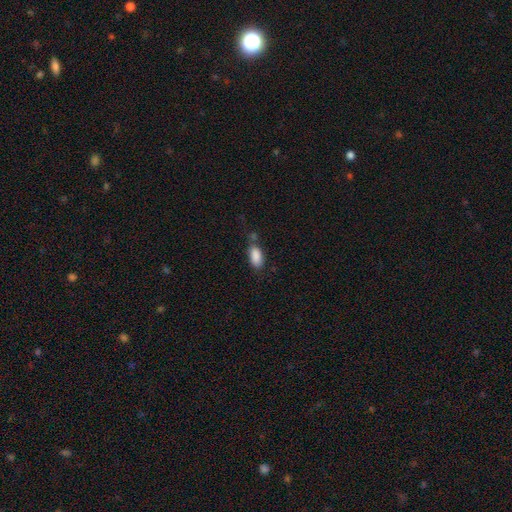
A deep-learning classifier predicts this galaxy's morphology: Smooth or featured? smooth (88%)
How rounded? in between (89%)
Merging? none (60%)